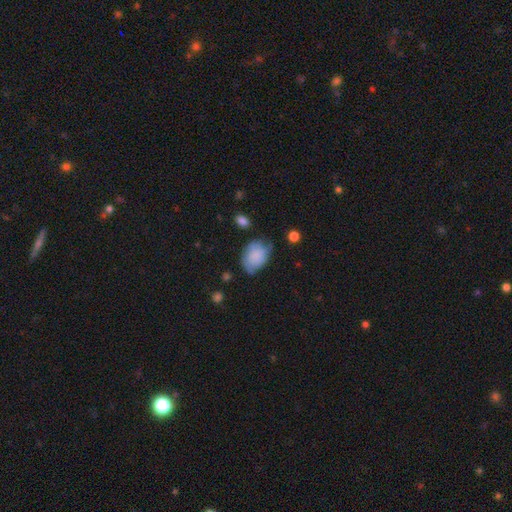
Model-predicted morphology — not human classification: A smooth galaxy with no disk features (77%) that is in between round and cigar-shaped (76%).

Vote fractions:
- Smooth or featured? smooth: 77% / featured or disk: 16% / star or artifact: 7%
- How rounded? in between: 76% / round: 23% / cigar-shaped: 1%
- Merging? none: 45% / minor disturbance: 39% / major disturbance: 12% / merger: 4%